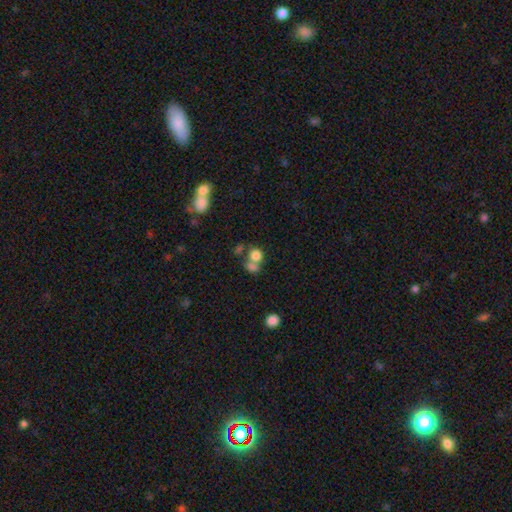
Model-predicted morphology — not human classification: Smooth or featured? Predicted: smooth (p=0.77). How rounded? Predicted: round (p=0.75). Merging? Predicted: merger (p=0.48).